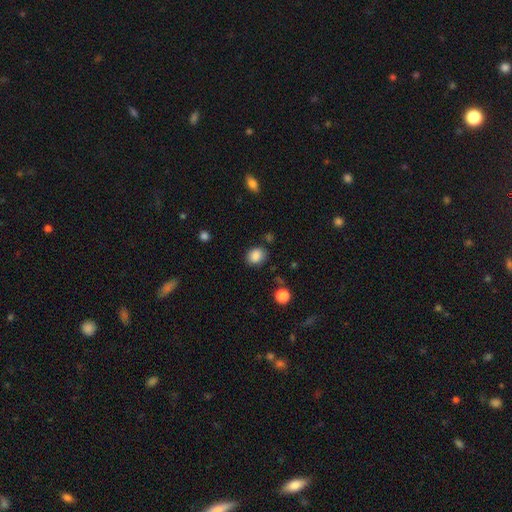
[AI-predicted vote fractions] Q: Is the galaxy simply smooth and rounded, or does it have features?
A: smooth — 86%.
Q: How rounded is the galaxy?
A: round — 57%.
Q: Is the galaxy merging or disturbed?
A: none — 83%.